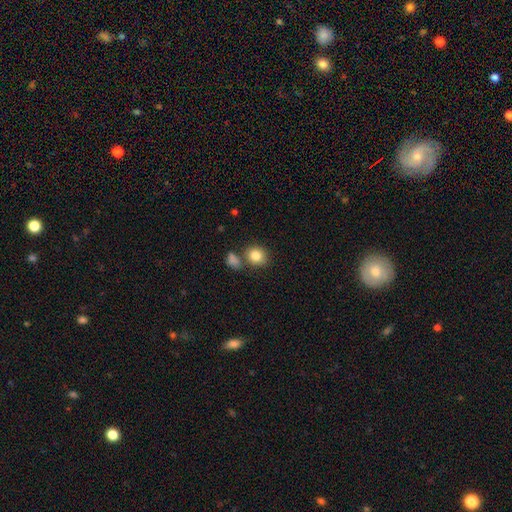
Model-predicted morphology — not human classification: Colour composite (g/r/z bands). It shows a smooth galaxy with no disk features (84%) that is round (74%). Merging: none (67%).